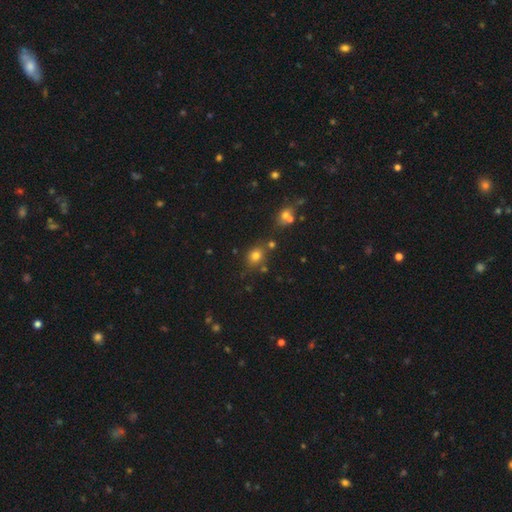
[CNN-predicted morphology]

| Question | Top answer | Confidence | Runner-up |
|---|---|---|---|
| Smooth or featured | smooth | 74% | star or artifact (16%) |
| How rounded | round | 62% | in between (37%) |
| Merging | none | 70% | minor disturbance (14%) |